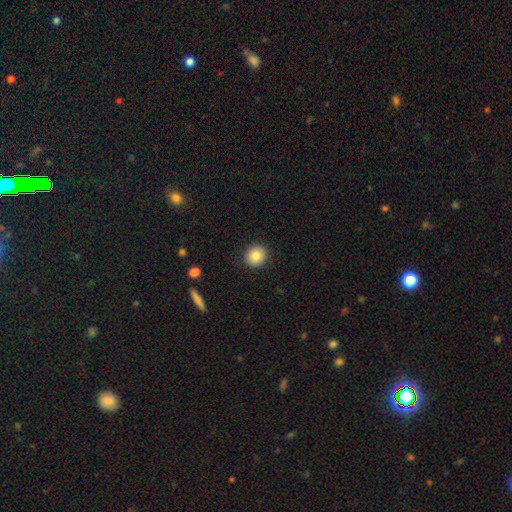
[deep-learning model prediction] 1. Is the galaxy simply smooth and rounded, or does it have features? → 84% smooth, 9% star or artifact, 7% featured or disk.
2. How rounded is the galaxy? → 87% round, 12% in between, 1% cigar-shaped.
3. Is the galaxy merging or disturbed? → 91% none, 6% minor disturbance, 2% major disturbance, 1% merger.